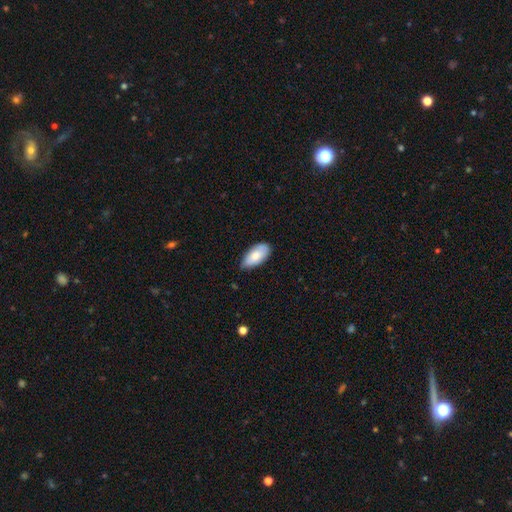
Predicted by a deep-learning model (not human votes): Smooth or featured: smooth — 76% (featured or disk — 18%)
How rounded: in between — 94% (cigar-shaped — 4%)
Merging: none — 70% (minor disturbance — 26%)